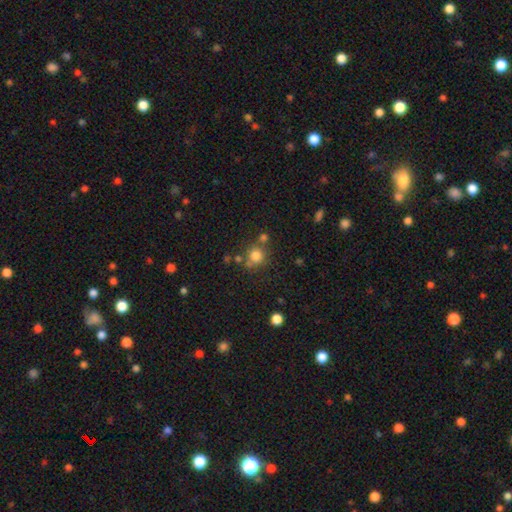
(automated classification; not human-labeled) A smooth galaxy with no disk features (78%) that is round (88%).

Vote fractions:
- Smooth or featured? smooth: 78% / star or artifact: 13% / featured or disk: 9%
- How rounded? round: 88% / in between: 11% / cigar-shaped: 1%
- Merging? none: 65% / merger: 18% / minor disturbance: 12% / major disturbance: 5%